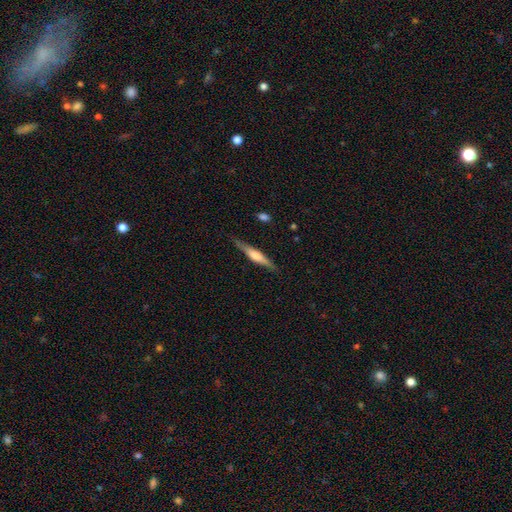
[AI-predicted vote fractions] This appears to be a featured or disk galaxy (57%) viewed edge-on (96%) with a rounded central bulge (60%). Merging: none (84%).